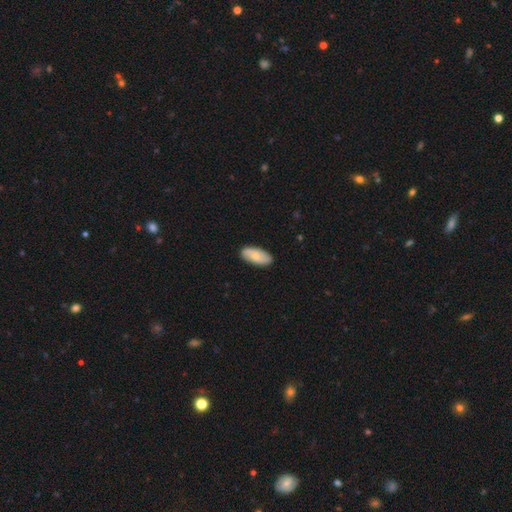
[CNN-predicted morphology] Overall: smooth (64%; featured or disk 30%). How rounded: in between (90%). Merging: none (86%).